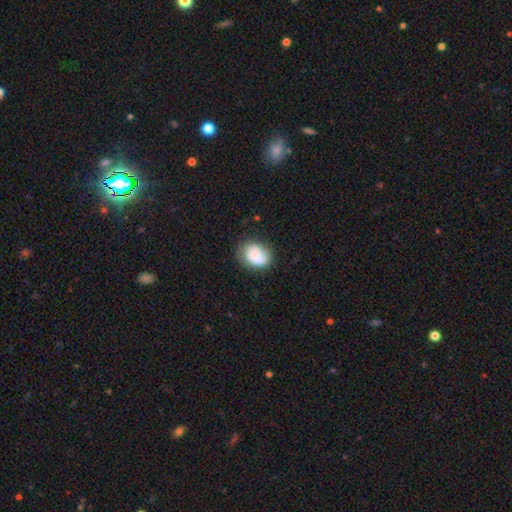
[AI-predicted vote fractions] This appears to be a smooth galaxy with no disk features (60%) that is in between round and cigar-shaped (52%). Merging: none (67%).